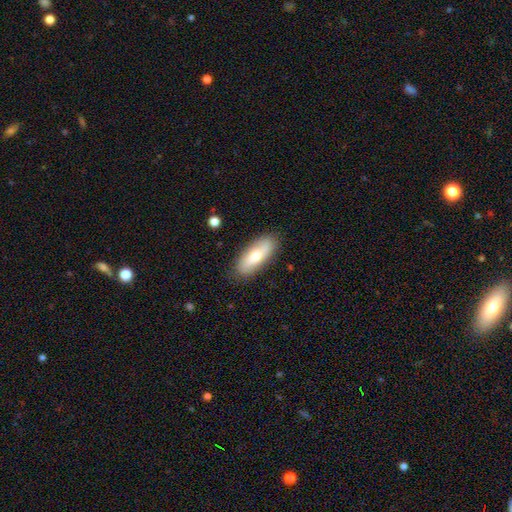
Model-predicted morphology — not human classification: smooth_or_featured: smooth (p=0.64) [alt: featured or disk p=0.30]
how_rounded: in between (p=0.73) [alt: cigar-shaped p=0.24]
merging: none (p=0.86) [alt: minor disturbance p=0.11]